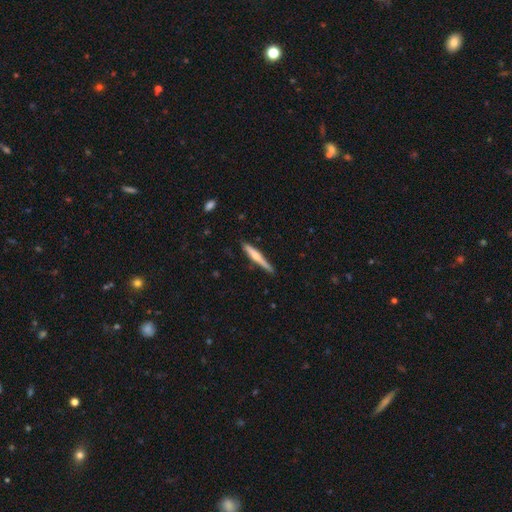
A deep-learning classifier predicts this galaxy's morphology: This is possibly a smooth galaxy (48%). Merging: clearly none (84%).